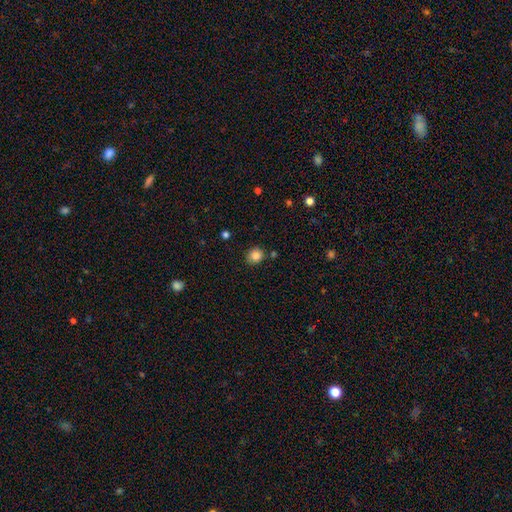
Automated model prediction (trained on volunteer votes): smooth 84%, star or artifact 11%, featured or disk 6%. Down the decision tree: how rounded — round (79%); merging — none (85%).